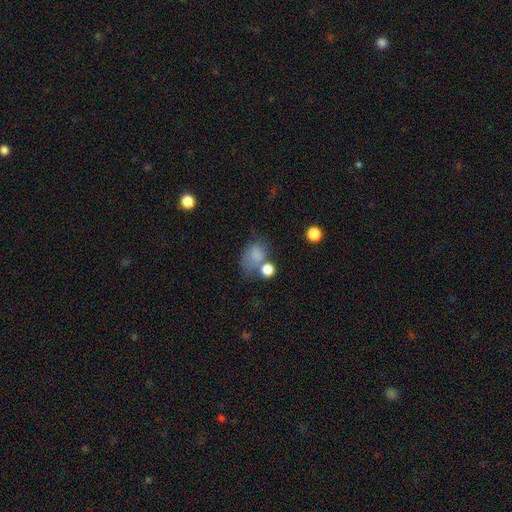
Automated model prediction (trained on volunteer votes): This is likely a smooth galaxy (73%). How rounded: likely in between (65%). Merging: marginally none (34%).